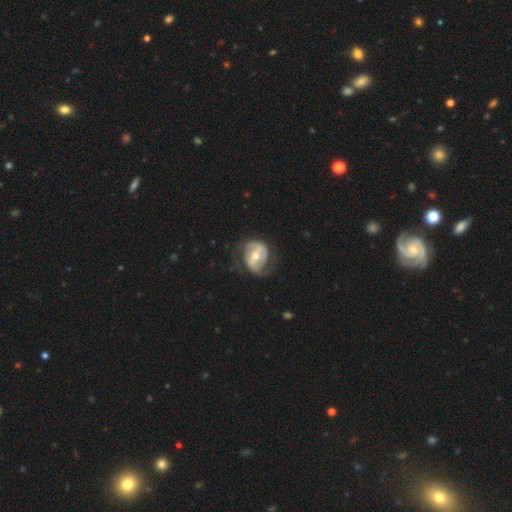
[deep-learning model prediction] smooth_or_featured: featured or disk (p=0.72) [alt: smooth p=0.23]
disk_edge_on: no (p=0.96) [alt: yes p=0.04]
bar: strong (p=0.42) [alt: weak p=0.38]
has_spiral_arms: yes (p=0.71) [alt: no p=0.29]
bulge_size: moderate (p=0.69) [alt: small p=0.24]
merging: none (p=0.56) [alt: minor disturbance p=0.23]